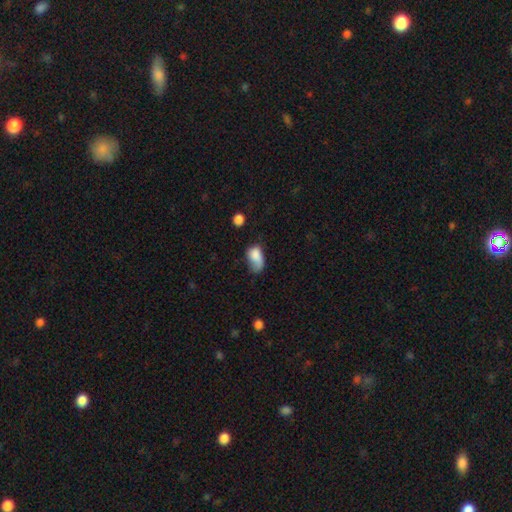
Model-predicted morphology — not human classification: Smooth or featured? smooth (79%)
How rounded? in between (88%)
Merging? minor disturbance (37%)